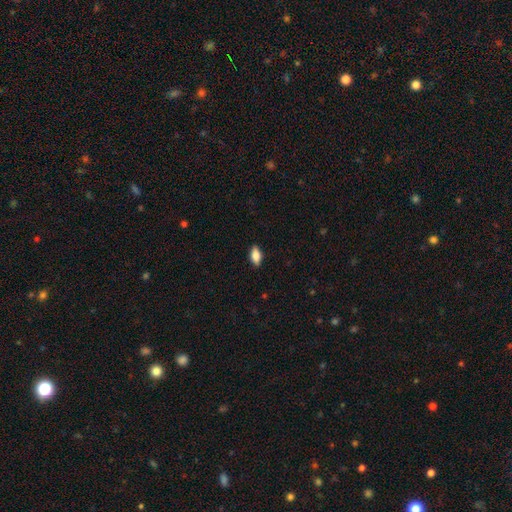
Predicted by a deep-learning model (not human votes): The model was most divided on "smooth or featured": smooth: 79%, featured or disk: 14%, star or artifact: 7%. More confident: merging — none (88%); how rounded — in between (87%).